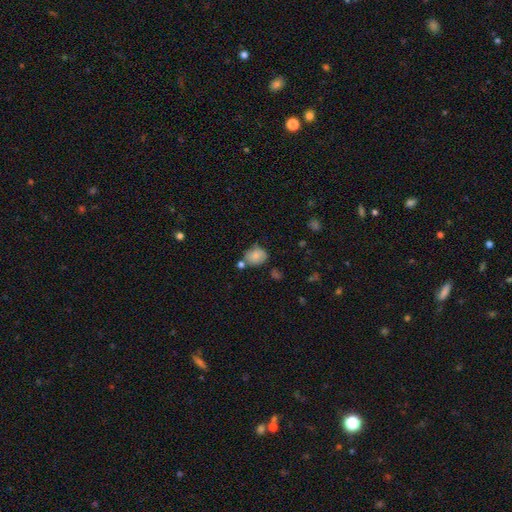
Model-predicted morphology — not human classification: Smooth or featured? Predicted: smooth (p=0.78). How rounded? Predicted: in between (p=0.54). Merging? Predicted: none (p=0.55).